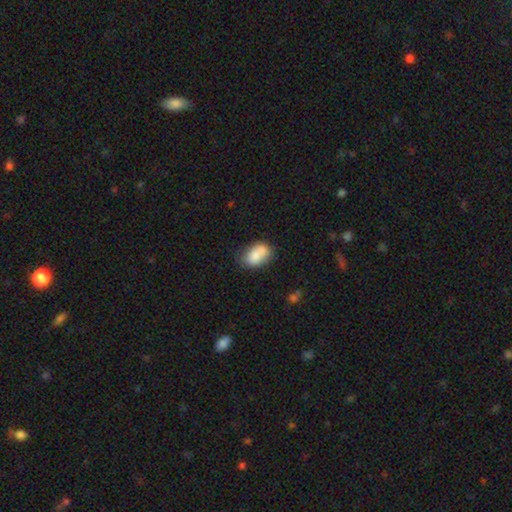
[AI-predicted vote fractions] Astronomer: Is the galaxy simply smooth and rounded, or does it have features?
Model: smooth — 79%.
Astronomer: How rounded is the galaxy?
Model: in between — 83%.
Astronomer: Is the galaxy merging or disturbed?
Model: none — 50%.